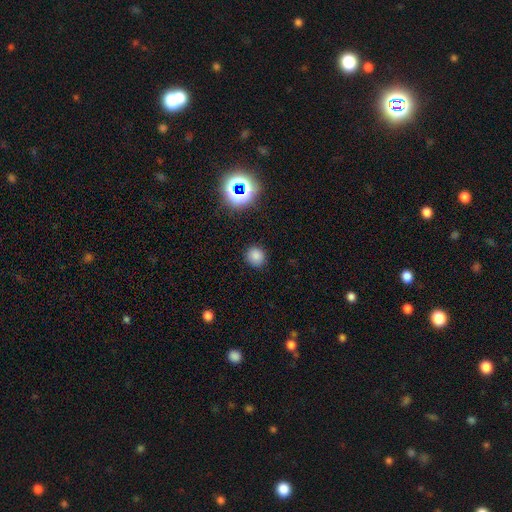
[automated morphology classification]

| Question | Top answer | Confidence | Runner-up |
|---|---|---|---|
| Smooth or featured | smooth | 79% | star or artifact (17%) |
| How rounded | round | 85% | in between (14%) |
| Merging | none | 88% | minor disturbance (8%) |